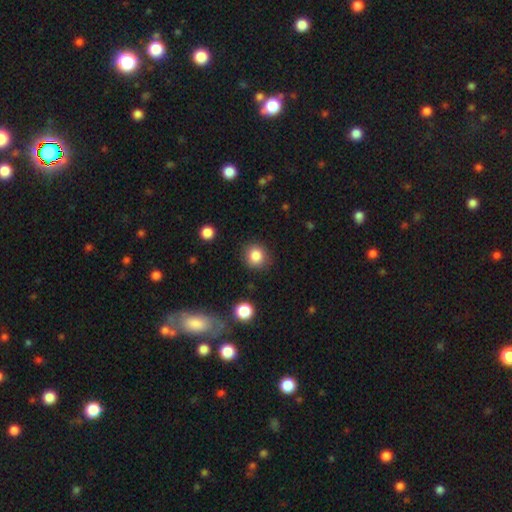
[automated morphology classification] Q: Smooth or featured?
A: smooth (85%); runner-up: star or artifact (10%)
Q: How rounded?
A: round (87%); runner-up: in between (12%)
Q: Merging?
A: none (86%); runner-up: minor disturbance (9%)